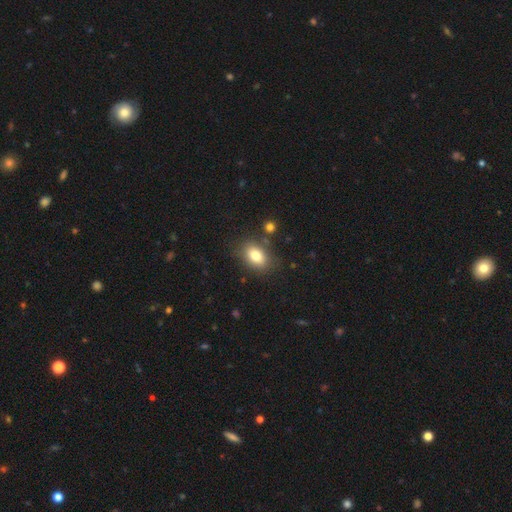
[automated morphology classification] The model was most divided on "merging": none: 79%, minor disturbance: 13%, merger: 5%, major disturbance: 4%. More confident: how rounded — in between (84%); smooth or featured — smooth (82%).